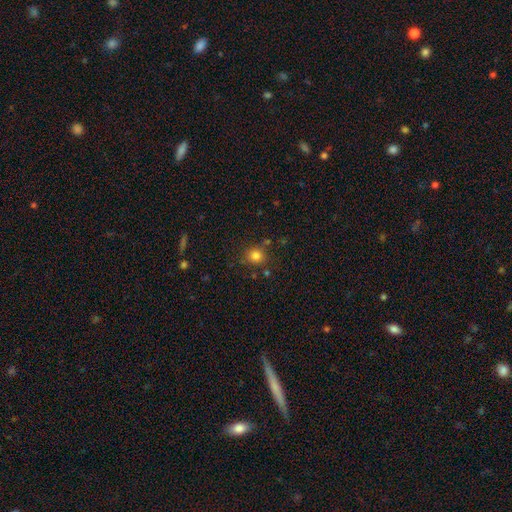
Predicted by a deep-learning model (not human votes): smooth-or-featured: smooth: 81% | star or artifact: 13% | featured or disk: 6%
  how-rounded: round: 85% | in between: 14% | cigar-shaped: 1%
  merging: none: 79% | minor disturbance: 11% | merger: 6% | major disturbance: 4%